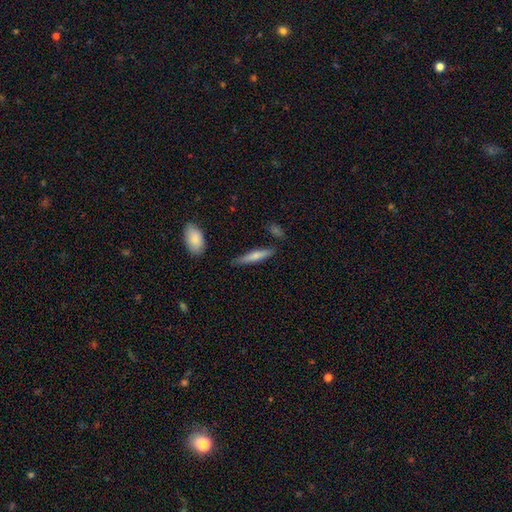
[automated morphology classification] Smooth or featured? Predicted: smooth (p=0.67). How rounded? Predicted: cigar-shaped (p=0.86). Merging? Predicted: none (p=0.79).